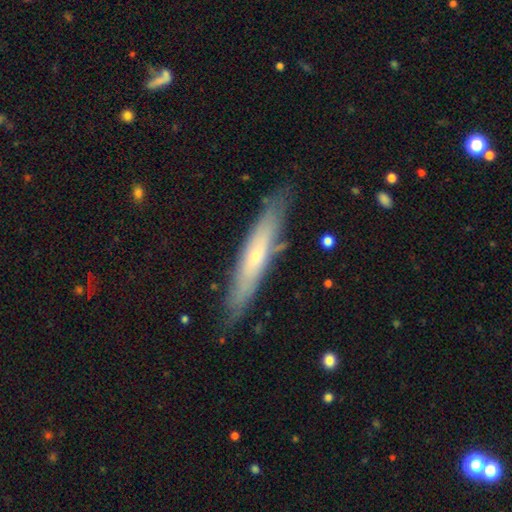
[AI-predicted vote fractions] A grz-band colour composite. It shows a featured or disk galaxy (54%) viewed edge-on (72%). Merging: none (81%).